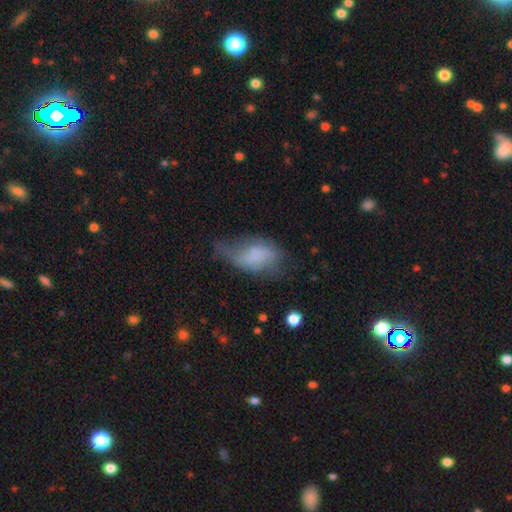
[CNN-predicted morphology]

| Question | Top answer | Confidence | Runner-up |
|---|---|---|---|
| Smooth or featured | smooth | 61% | featured or disk (29%) |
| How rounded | in between | 90% | round (6%) |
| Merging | major disturbance | 36% | minor disturbance (33%) |